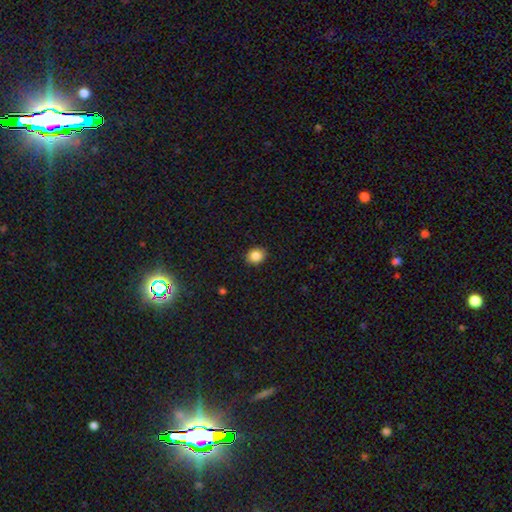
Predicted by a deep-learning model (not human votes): A smooth galaxy with no disk features (85%) that is round (66%). Merging: none (90%).